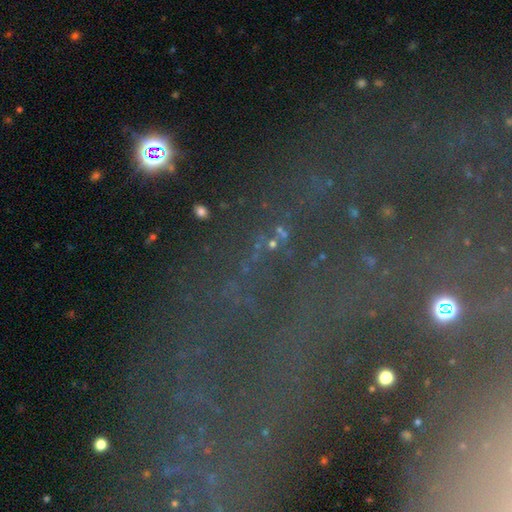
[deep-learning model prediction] Q: Smooth or featured?
A: star or artifact (73%); runner-up: featured or disk (14%)